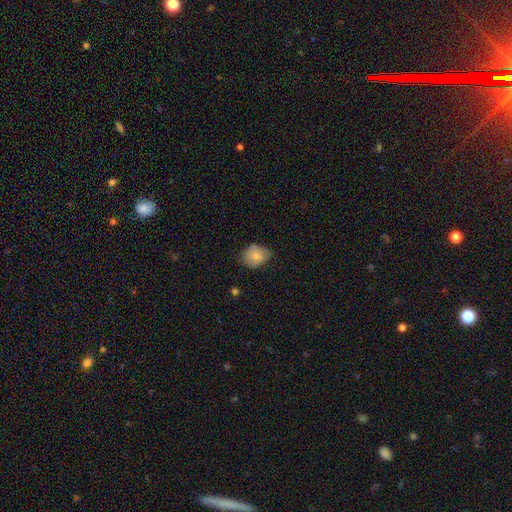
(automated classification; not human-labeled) This is likely a smooth galaxy (78%). How rounded: possibly in between (52%). Merging: likely none (61%).